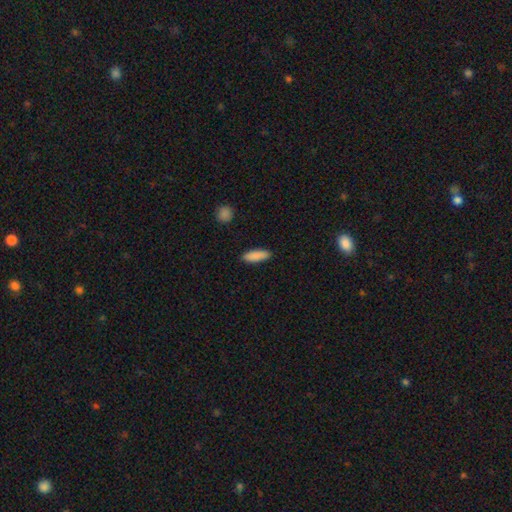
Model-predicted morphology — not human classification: type=smooth (89%); roundness=in between (51%); merging=none (89%).